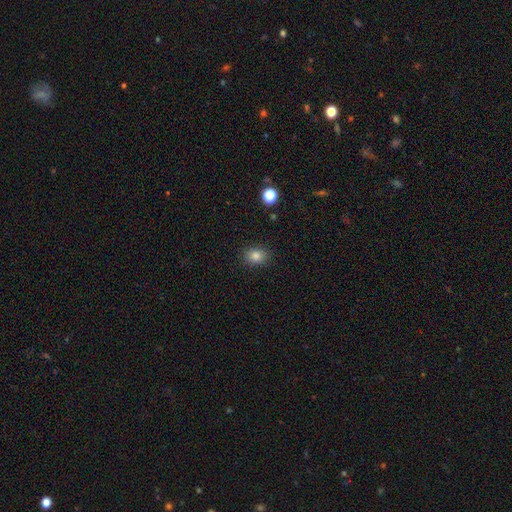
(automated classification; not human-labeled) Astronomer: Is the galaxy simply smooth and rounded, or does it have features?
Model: smooth — 83%.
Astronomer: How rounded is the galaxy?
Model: in between — 53% (runner-up: round, 46%).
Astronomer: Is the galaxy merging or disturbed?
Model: none — 88%.